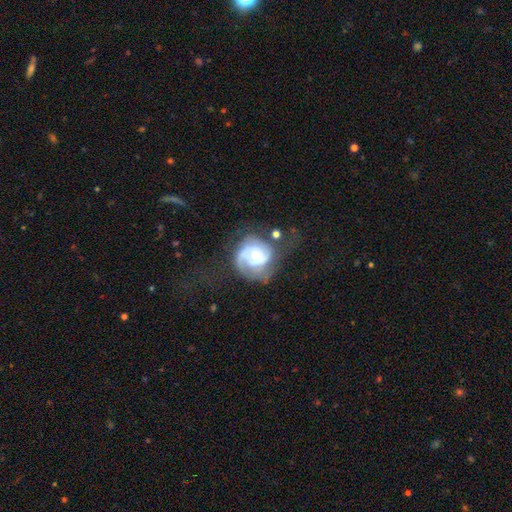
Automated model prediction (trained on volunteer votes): This is likely a featured or disk galaxy (72%). It is clearly not viewed edge-on (98%). Bar: likely no (72%). Spiral arm pattern: clearly yes (87%). Spiral arm count: marginally 2 (42%). Spiral winding: possibly tight (49%). Central bulge: possibly small (50%). Merging: marginally none (43%).